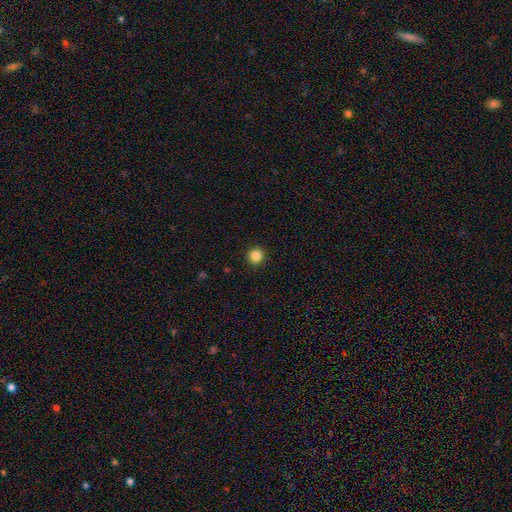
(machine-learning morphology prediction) A smooth galaxy with no disk features (85%) that is round (94%).

Vote fractions:
- Smooth or featured? smooth: 85% / star or artifact: 12% / featured or disk: 4%
- How rounded? round: 94% / in between: 5% / cigar-shaped: 1%
- Merging? none: 92% / minor disturbance: 5% / major disturbance: 2% / merger: 1%